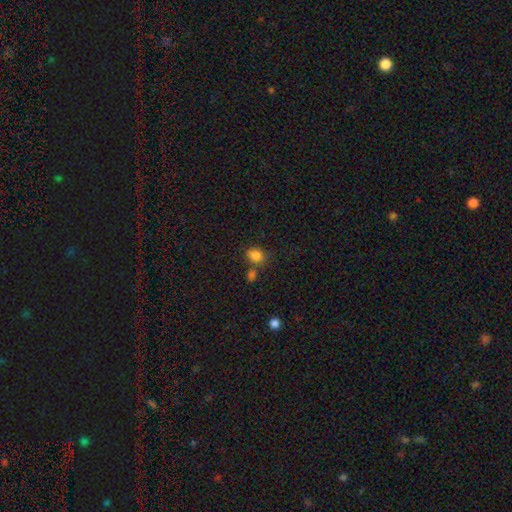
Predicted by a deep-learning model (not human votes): Smooth or featured? smooth (83%)
How rounded? in between (56%)
Merging? none (59%)